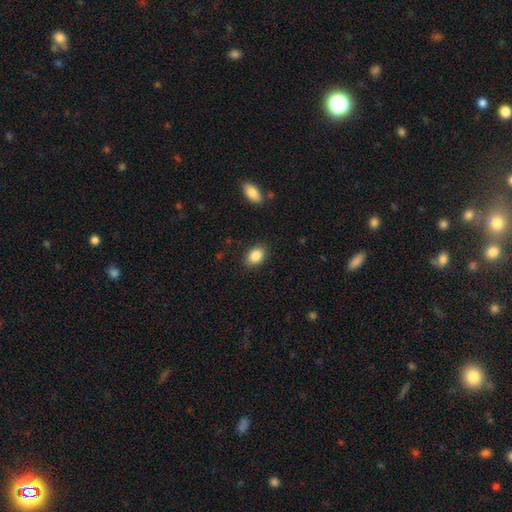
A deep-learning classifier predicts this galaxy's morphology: Smooth or featured? Predicted: smooth (p=0.86). How rounded? Predicted: in between (p=0.77). Merging? Predicted: none (p=0.86).